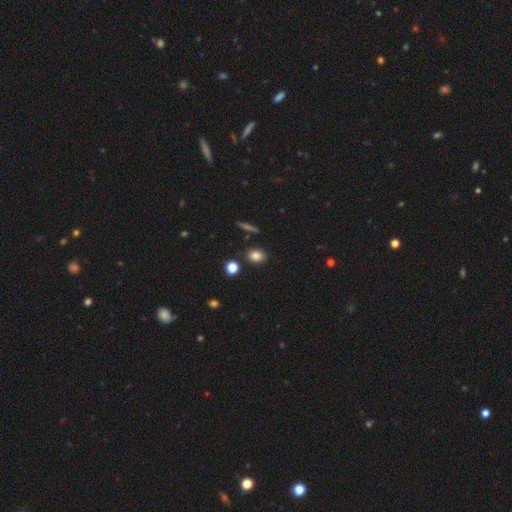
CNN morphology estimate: Q: Smooth or featured?
A: smooth (83%); runner-up: star or artifact (11%)
Q: How rounded?
A: in between (61%); runner-up: round (37%)
Q: Merging?
A: none (85%); runner-up: minor disturbance (9%)